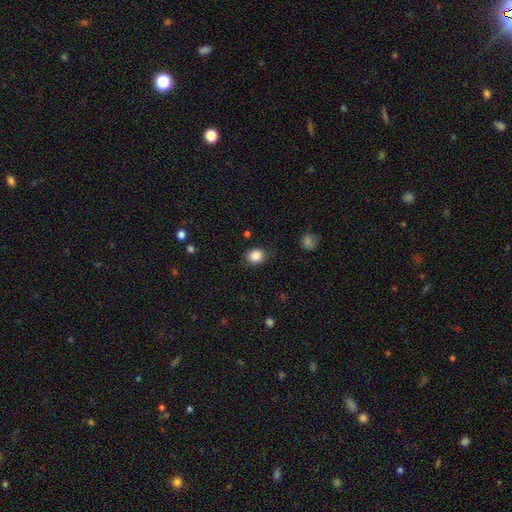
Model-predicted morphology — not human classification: This appears to be a smooth galaxy with no disk features (86%) that is round (65%). Merging: none (83%).